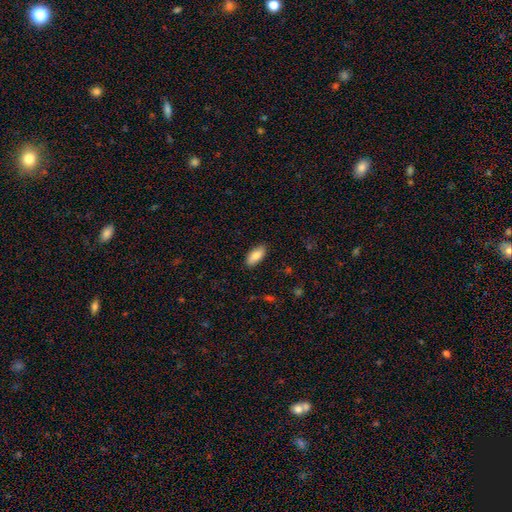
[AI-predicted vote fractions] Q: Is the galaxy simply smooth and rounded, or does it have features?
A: smooth — 82%.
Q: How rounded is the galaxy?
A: in between — 89%.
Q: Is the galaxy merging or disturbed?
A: none — 88%.